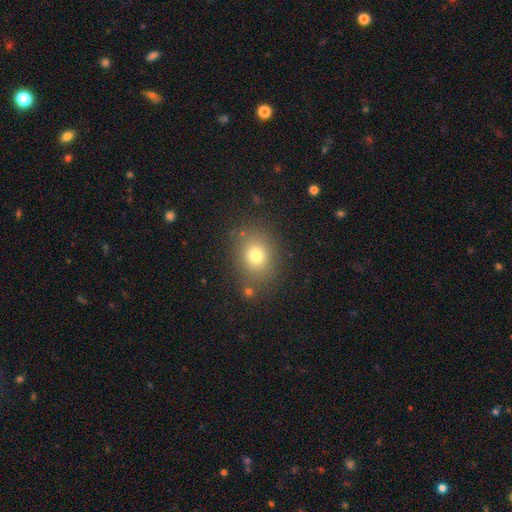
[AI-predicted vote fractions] smooth_or_featured: smooth (p=0.74) [alt: star or artifact p=0.15]
how_rounded: round (p=0.54) [alt: in between p=0.45]
merging: none (p=0.81) [alt: minor disturbance p=0.11]